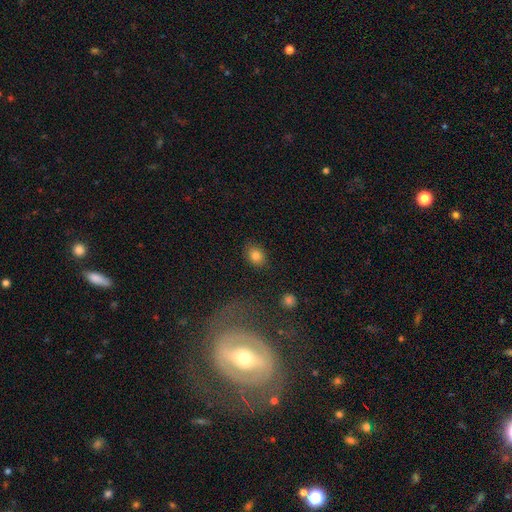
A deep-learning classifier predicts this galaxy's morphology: type=smooth (81%); roundness=in between (54%); merging=none (86%).